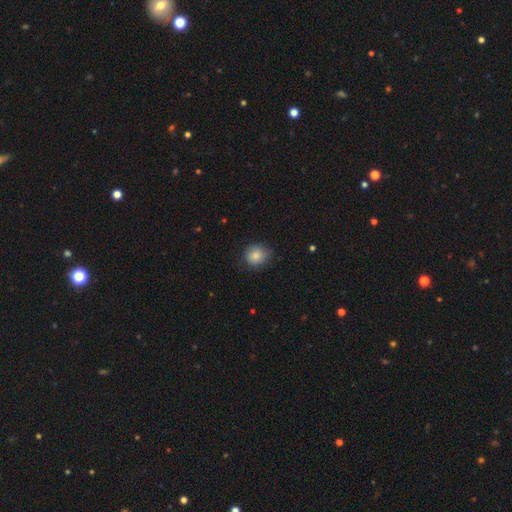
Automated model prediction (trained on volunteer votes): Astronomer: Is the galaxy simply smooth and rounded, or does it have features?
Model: smooth — 84%.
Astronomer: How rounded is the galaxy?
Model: round — 81%.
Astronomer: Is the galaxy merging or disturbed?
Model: none — 76%.